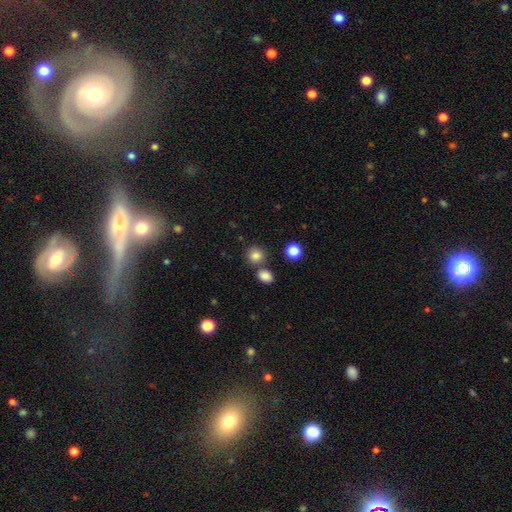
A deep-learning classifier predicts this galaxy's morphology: smooth-or-featured: smooth: 82% | star or artifact: 12% | featured or disk: 5%
  how-rounded: round: 84% | in between: 15% | cigar-shaped: 1%
  merging: none: 74% | merger: 15% | minor disturbance: 8% | major disturbance: 3%